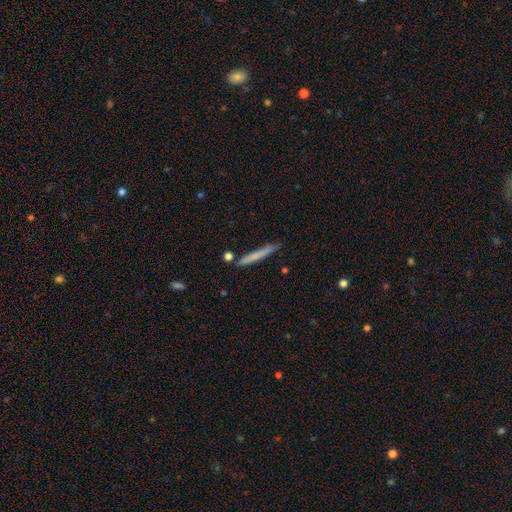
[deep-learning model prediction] Overall: smooth (68%). How rounded: cigar-shaped (96%). Merging: none (81%).